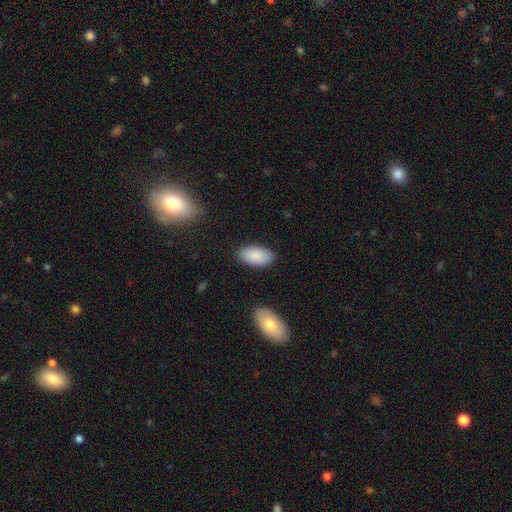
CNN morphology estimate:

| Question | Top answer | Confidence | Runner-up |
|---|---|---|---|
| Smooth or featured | smooth | 88% | featured or disk (6%) |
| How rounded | in between | 95% | round (3%) |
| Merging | none | 85% | minor disturbance (11%) |